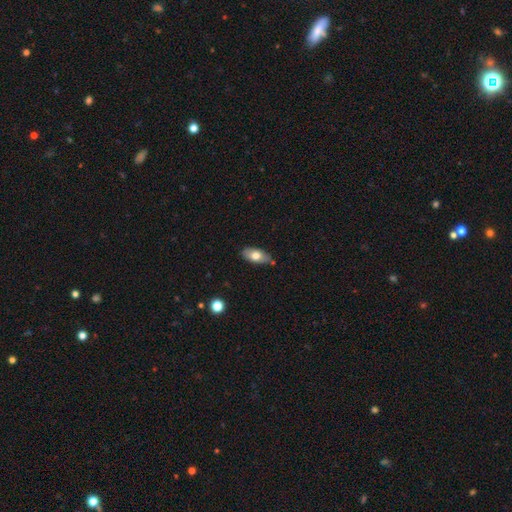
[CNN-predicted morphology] Smooth or featured? Predicted: smooth (p=0.71). How rounded? Predicted: in between (p=0.89). Merging? Predicted: none (p=0.75).